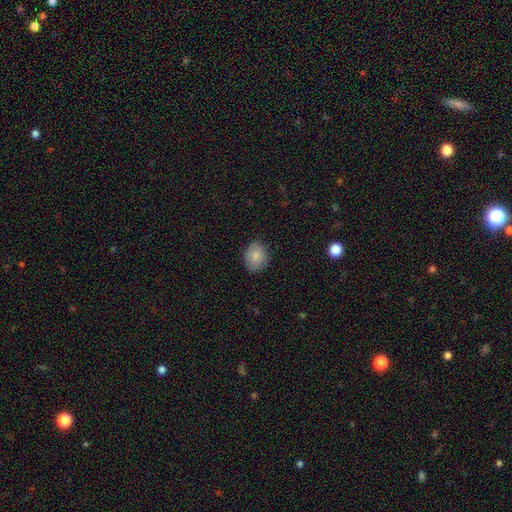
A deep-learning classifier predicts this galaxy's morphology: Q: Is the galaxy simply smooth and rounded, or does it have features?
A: smooth — 83%.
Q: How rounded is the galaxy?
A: round — 54%.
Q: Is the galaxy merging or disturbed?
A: none — 81%.